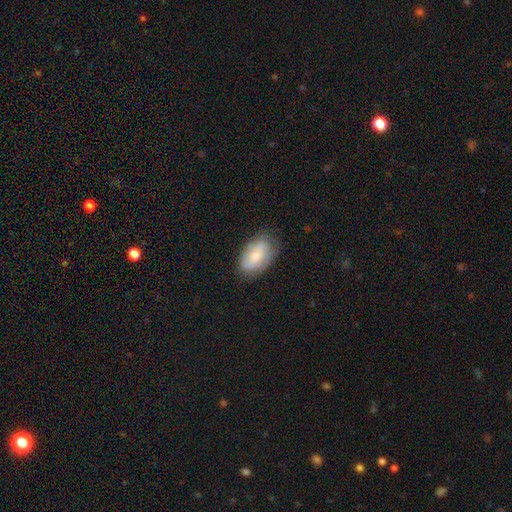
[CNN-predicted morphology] This is likely a smooth galaxy (62%). How rounded: clearly in between (92%). Merging: likely none (70%).